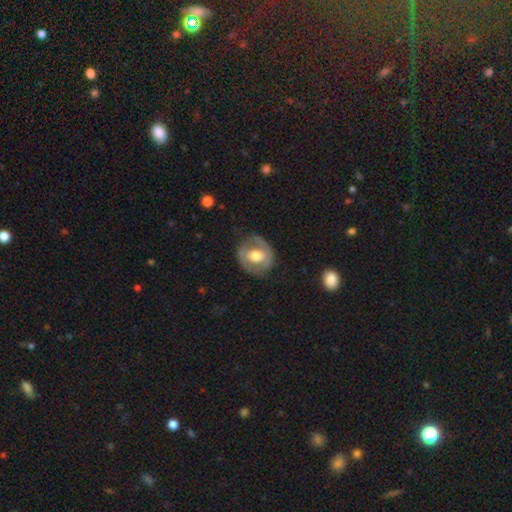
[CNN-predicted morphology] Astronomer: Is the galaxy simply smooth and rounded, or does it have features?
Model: featured or disk — 58% (runner-up: smooth, 37%).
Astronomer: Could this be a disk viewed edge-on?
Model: no — 95%.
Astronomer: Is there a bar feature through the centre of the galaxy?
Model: no — 56%.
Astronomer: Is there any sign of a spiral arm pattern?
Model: no — 58% (runner-up: yes, 42%).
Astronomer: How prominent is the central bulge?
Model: moderate — 69%.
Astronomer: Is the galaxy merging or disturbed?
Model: none — 73%.